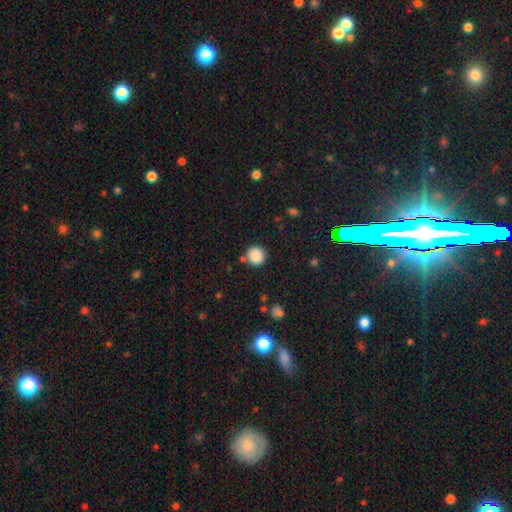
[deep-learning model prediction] A smooth galaxy with no disk features (87%) that is round (93%).

Vote fractions:
- Smooth or featured? smooth: 87% / star or artifact: 9% / featured or disk: 4%
- How rounded? round: 93% / in between: 6% / cigar-shaped: 1%
- Merging? none: 83% / minor disturbance: 9% / merger: 5% / major disturbance: 3%